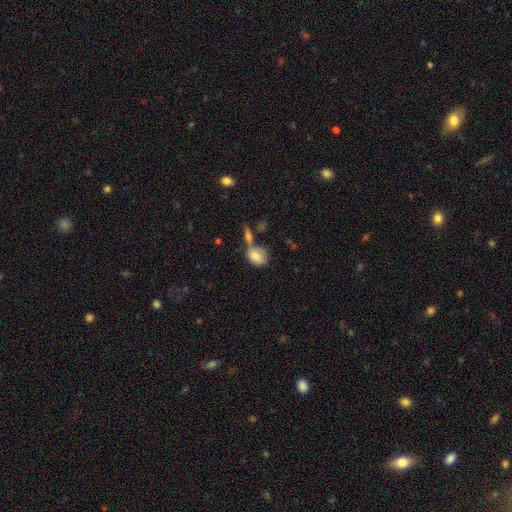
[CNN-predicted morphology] This is likely a smooth galaxy (77%). How rounded: possibly in between (53%). Merging: marginally none (36%).